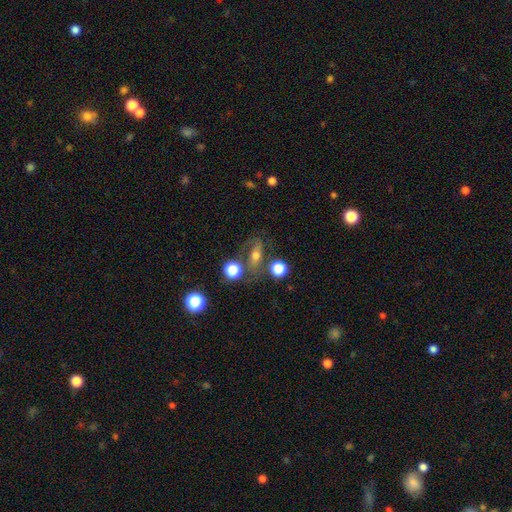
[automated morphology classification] A smooth galaxy with no disk features (47%). Merging: none (56%).